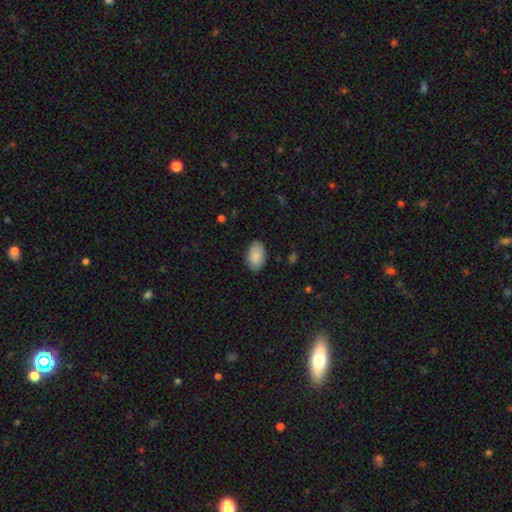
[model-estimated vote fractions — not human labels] smooth-or-featured: smooth: 88% | star or artifact: 6% | featured or disk: 6%
  how-rounded: in between: 92% | round: 7% | cigar-shaped: 1%
  merging: none: 84% | minor disturbance: 12% | major disturbance: 3% | merger: 1%